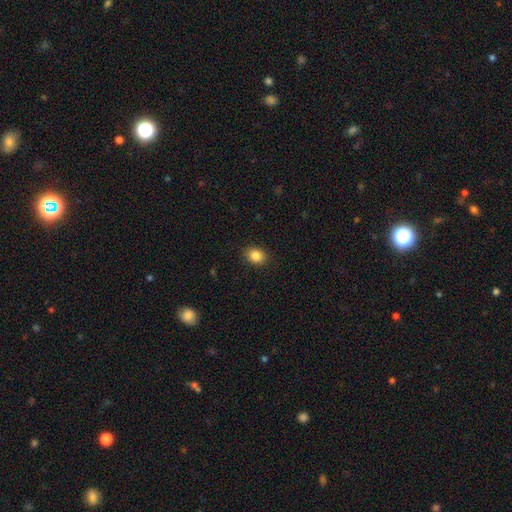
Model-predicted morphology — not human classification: smooth 85%, star or artifact 10%, featured or disk 5%. Down the decision tree: how rounded — in between (51%); merging — none (89%).